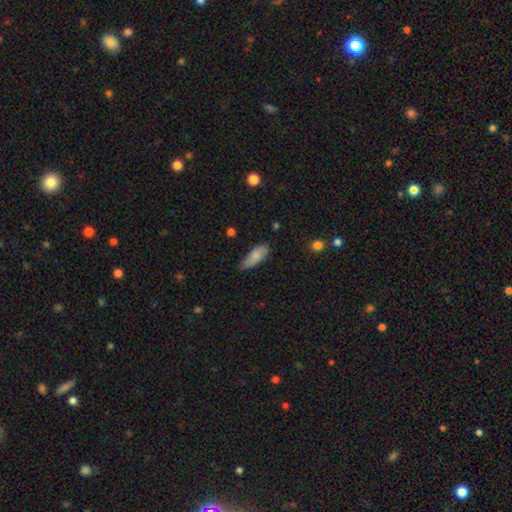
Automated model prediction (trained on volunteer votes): Q: Smooth or featured?
A: smooth (82%); runner-up: featured or disk (11%)
Q: How rounded?
A: in between (77%); runner-up: cigar-shaped (21%)
Q: Merging?
A: none (59%); runner-up: minor disturbance (33%)